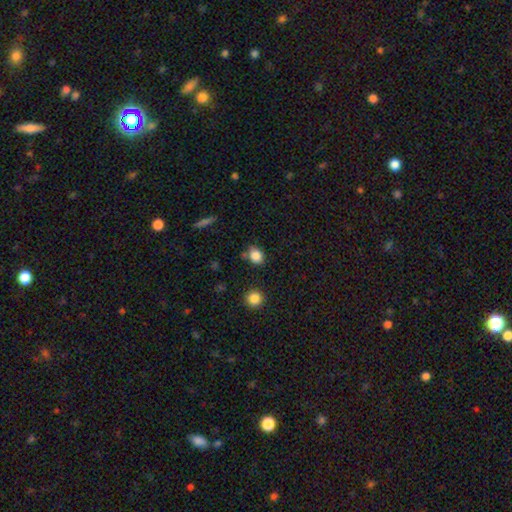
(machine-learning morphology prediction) Smooth or featured: smooth — 85% (star or artifact — 10%)
How rounded: round — 54% (in between — 45%)
Merging: none — 73% (minor disturbance — 16%)